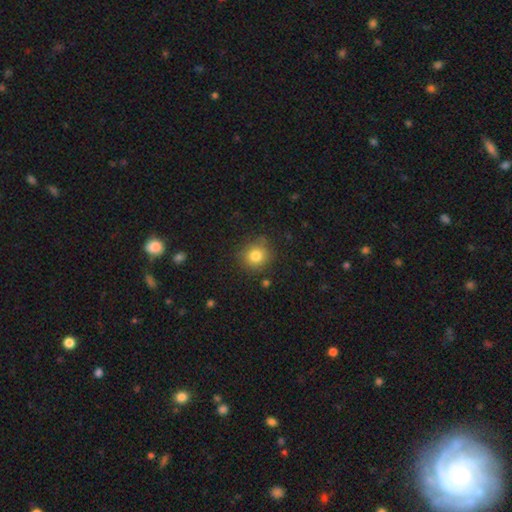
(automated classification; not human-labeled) A smooth galaxy with no disk features (81%) that is round (85%).

Vote fractions:
- Smooth or featured? smooth: 81% / star or artifact: 11% / featured or disk: 8%
- How rounded? round: 85% / in between: 14% / cigar-shaped: 1%
- Merging? none: 81% / minor disturbance: 13% / major disturbance: 3% / merger: 2%